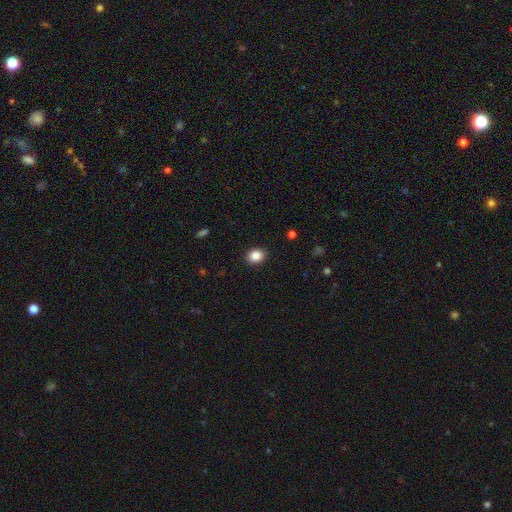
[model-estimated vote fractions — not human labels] This is clearly a smooth galaxy (86%). How rounded: possibly in between (52%). Merging: clearly none (91%).